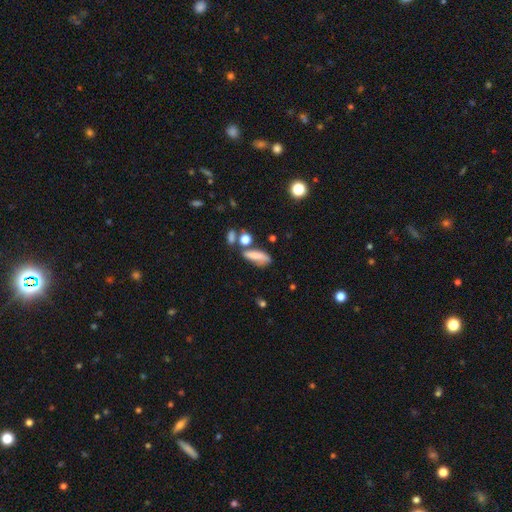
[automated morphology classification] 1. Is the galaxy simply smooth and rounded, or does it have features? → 72% smooth, 17% featured or disk, 11% star or artifact.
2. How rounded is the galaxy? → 51% in between, 43% cigar-shaped, 6% round.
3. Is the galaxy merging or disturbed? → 49% none, 23% minor disturbance, 17% merger, 11% major disturbance.